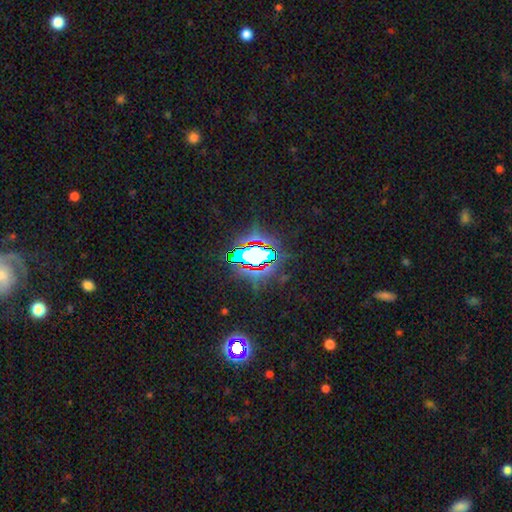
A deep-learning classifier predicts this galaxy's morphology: Smooth or featured? star or artifact (74%)